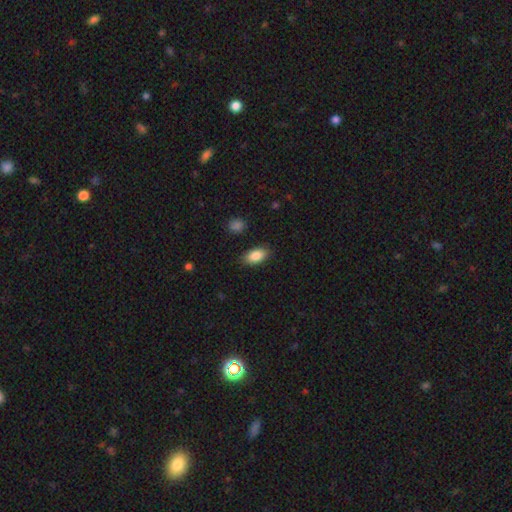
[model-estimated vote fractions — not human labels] A smooth galaxy with no disk features (87%) that is in between round and cigar-shaped (90%). Merging: none (86%).